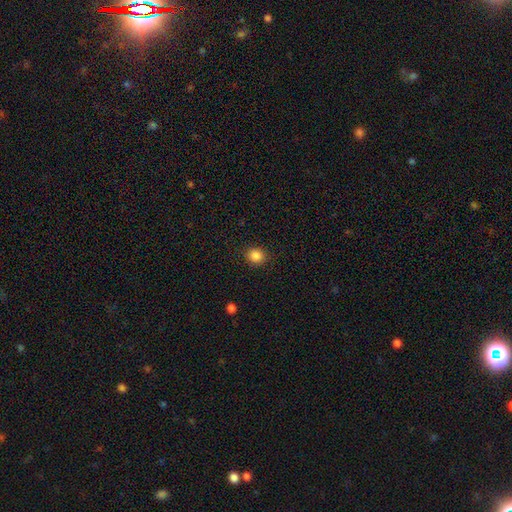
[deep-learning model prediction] Smooth or featured: smooth — 85% (star or artifact — 11%)
How rounded: round — 85% (in between — 14%)
Merging: none — 90% (minor disturbance — 6%)